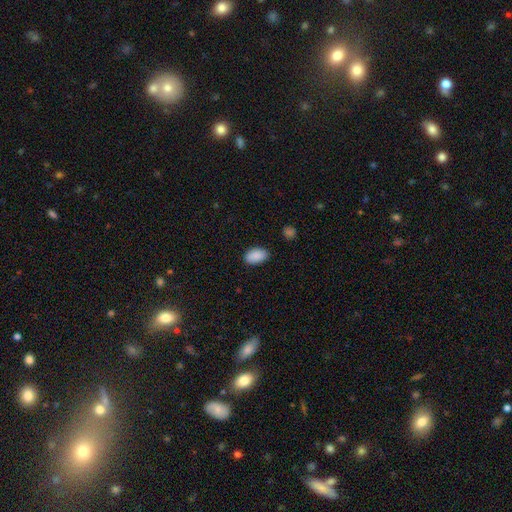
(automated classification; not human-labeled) smooth-or-featured: smooth: 90% | star or artifact: 7% | featured or disk: 3%
  how-rounded: in between: 93% | round: 6% | cigar-shaped: 1%
  merging: none: 83% | minor disturbance: 13% | major disturbance: 3% | merger: 1%